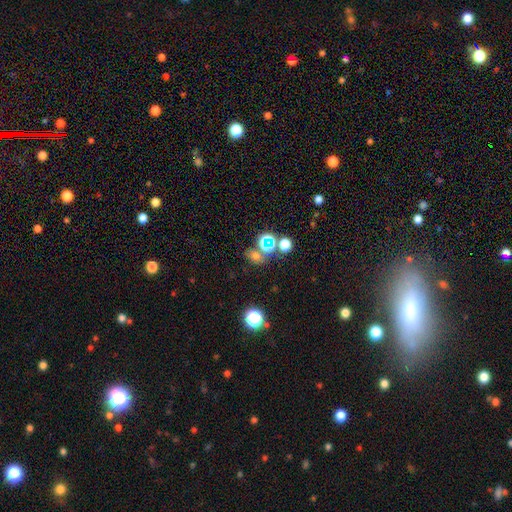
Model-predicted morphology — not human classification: This is possibly a smooth galaxy (52%). How rounded: possibly round (59%). Merging: possibly none (58%).